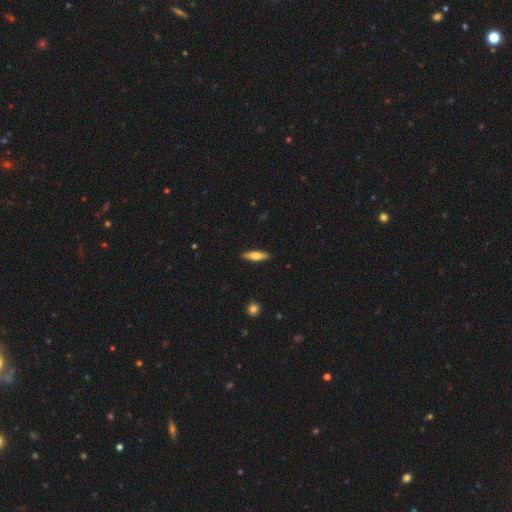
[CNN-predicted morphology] smooth_or_featured: smooth (p=0.64) [alt: featured or disk p=0.31]
how_rounded: cigar-shaped (p=0.68) [alt: in between p=0.30]
merging: none (p=0.90) [alt: minor disturbance p=0.07]